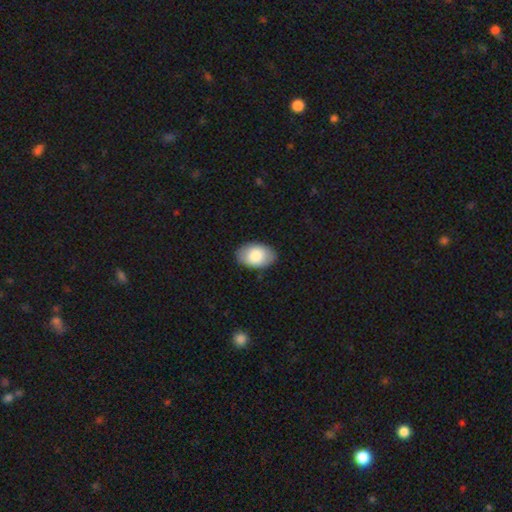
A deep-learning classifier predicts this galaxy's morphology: The model was most divided on "smooth or featured": smooth: 82%, featured or disk: 12%, star or artifact: 6%. More confident: how rounded — in between (91%); merging — none (87%).